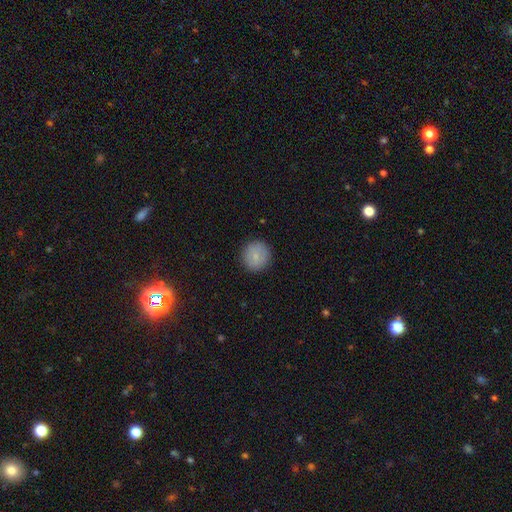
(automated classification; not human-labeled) The model was most divided on "smooth or featured": smooth: 82%, featured or disk: 10%, star or artifact: 8%. More confident: how rounded — round (94%); merging — none (90%).